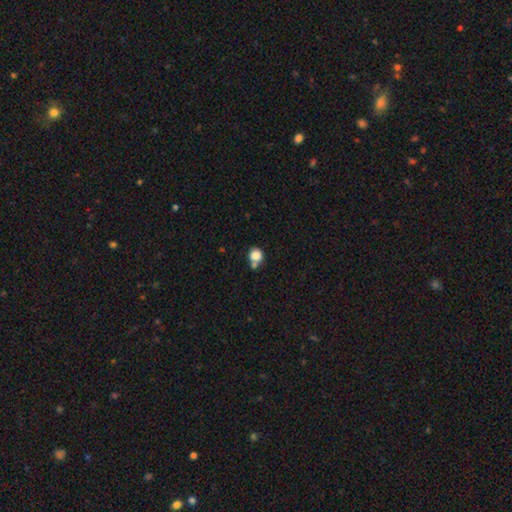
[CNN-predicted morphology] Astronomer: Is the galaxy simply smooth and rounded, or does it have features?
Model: smooth — 83%.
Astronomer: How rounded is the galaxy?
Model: round — 83%.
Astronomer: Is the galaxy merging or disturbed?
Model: none — 50% (runner-up: merger, 33%).